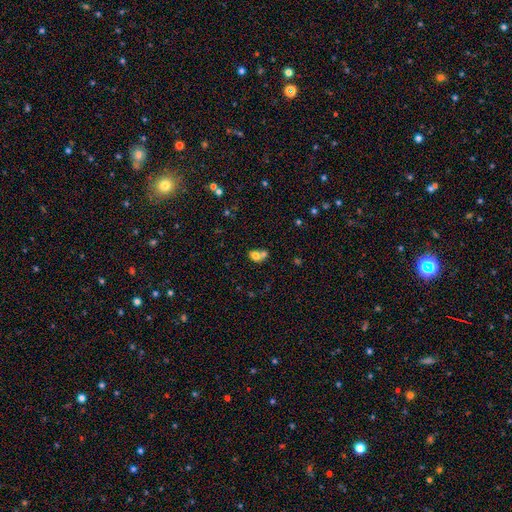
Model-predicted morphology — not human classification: Smooth or featured: smooth — 73% (featured or disk — 16%)
How rounded: in between — 54% (round — 45%)
Merging: merger — 63% (none — 25%)